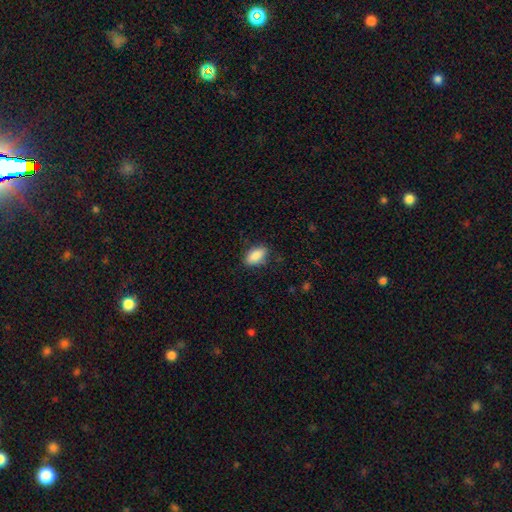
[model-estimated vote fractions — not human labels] smooth_or_featured: smooth (p=0.88) [alt: star or artifact p=0.07]
how_rounded: in between (p=0.89) [alt: cigar-shaped p=0.07]
merging: none (p=0.81) [alt: minor disturbance p=0.15]